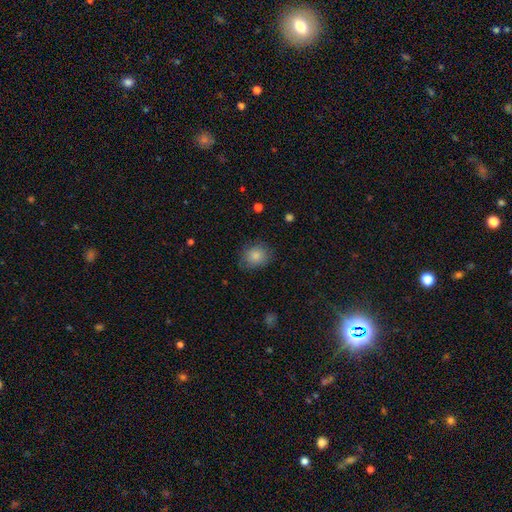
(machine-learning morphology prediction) A smooth galaxy with no disk features (85%) that is round (64%).

Vote fractions:
- Smooth or featured? smooth: 85% / star or artifact: 8% / featured or disk: 7%
- How rounded? round: 64% / in between: 35% / cigar-shaped: 1%
- Merging? none: 78% / minor disturbance: 16% / major disturbance: 4% / merger: 1%